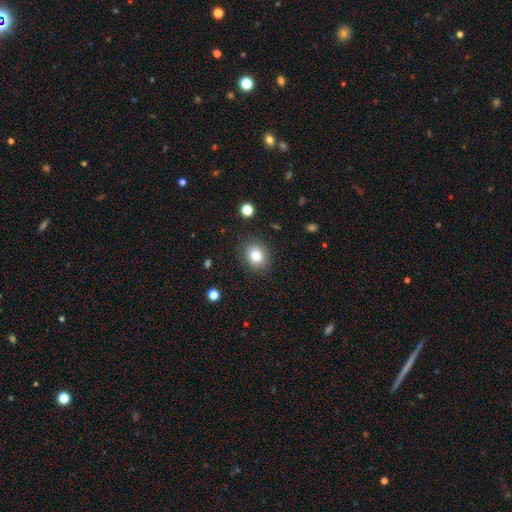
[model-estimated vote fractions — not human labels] A smooth galaxy with no disk features (83%) that is round (58%). Merging: none (87%).